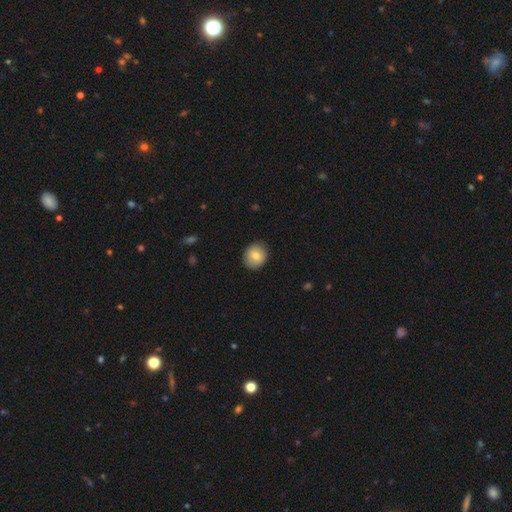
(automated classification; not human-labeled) A smooth galaxy with no disk features (77%) that is round (76%). Merging: none (87%).